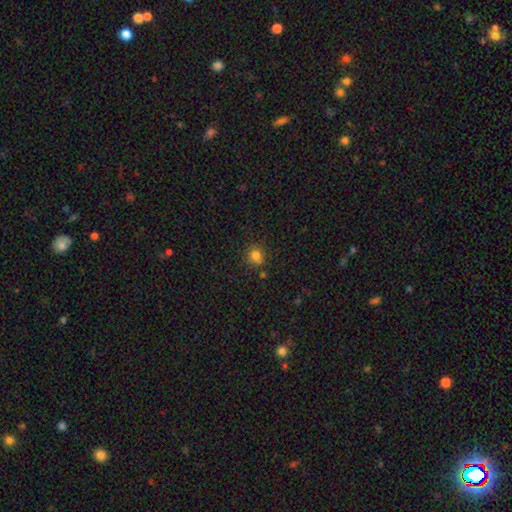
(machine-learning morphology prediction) A smooth galaxy with no disk features (80%) that is round (79%).

Vote fractions:
- Smooth or featured? smooth: 80% / star or artifact: 14% / featured or disk: 6%
- How rounded? round: 79% / in between: 20% / cigar-shaped: 1%
- Merging? none: 76% / minor disturbance: 14% / merger: 6% / major disturbance: 3%